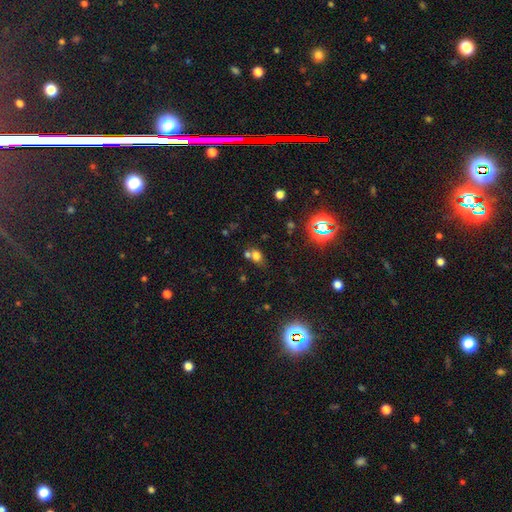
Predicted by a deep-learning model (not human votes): Smooth or featured? Predicted: smooth (p=0.67). How rounded? Predicted: round (p=0.50). Merging? Predicted: none (p=0.50).